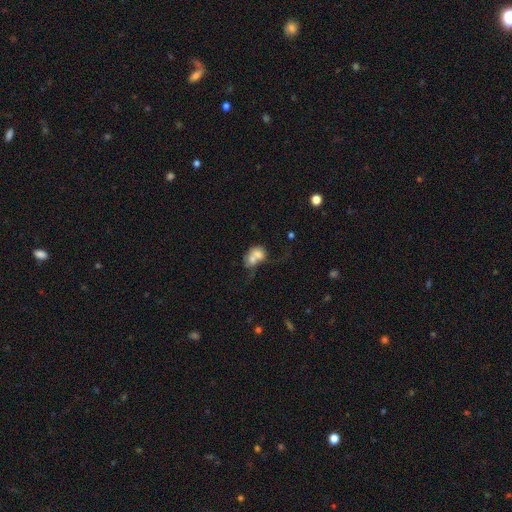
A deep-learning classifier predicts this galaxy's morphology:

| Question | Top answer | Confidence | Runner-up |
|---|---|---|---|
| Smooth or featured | smooth | 61% | featured or disk (29%) |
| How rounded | in between | 49% | tied: round (49%) |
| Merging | merger | 71% | none (13%) |